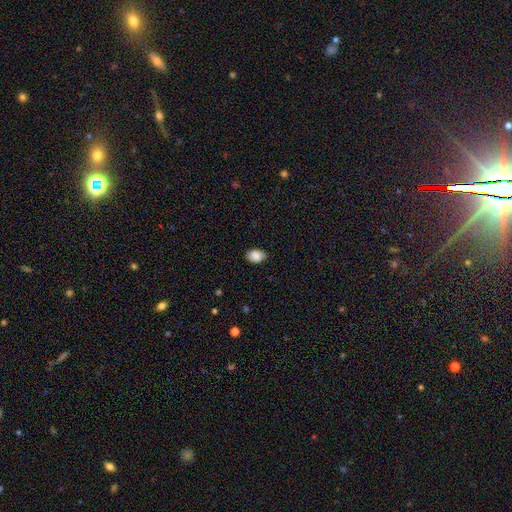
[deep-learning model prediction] This appears to be a smooth galaxy with no disk features (87%) that is in between round and cigar-shaped (82%). Merging: none (79%).